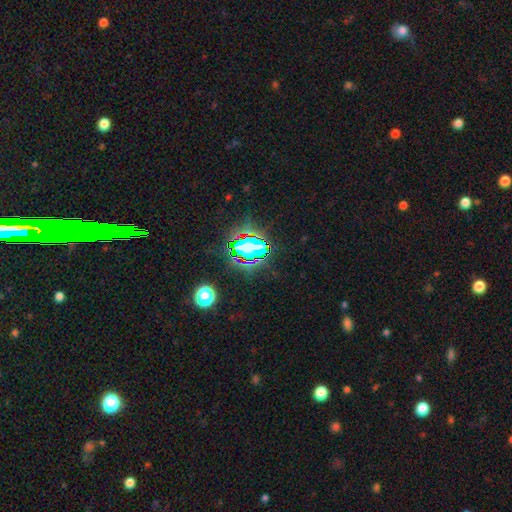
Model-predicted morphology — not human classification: star or artifact 79%, smooth 12%, featured or disk 9%.